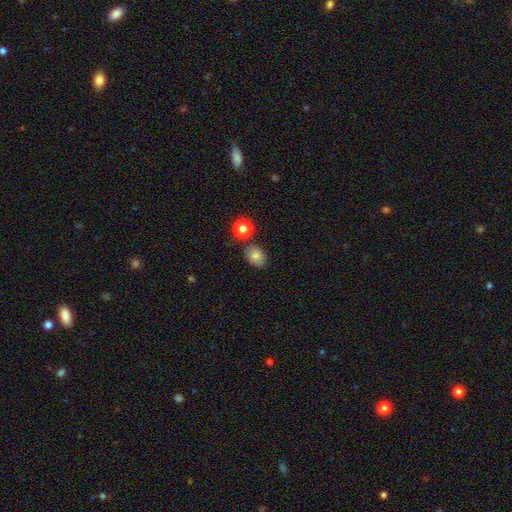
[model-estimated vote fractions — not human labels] Smooth or featured?
  - smooth: 81% *
  - star or artifact: 11%
  - featured or disk: 8%
How rounded?
  - in between: 66% *
  - round: 33%
  - cigar-shaped: 1%
Merging?
  - none: 77% *
  - minor disturbance: 13%
  - merger: 7%
  - major disturbance: 3%